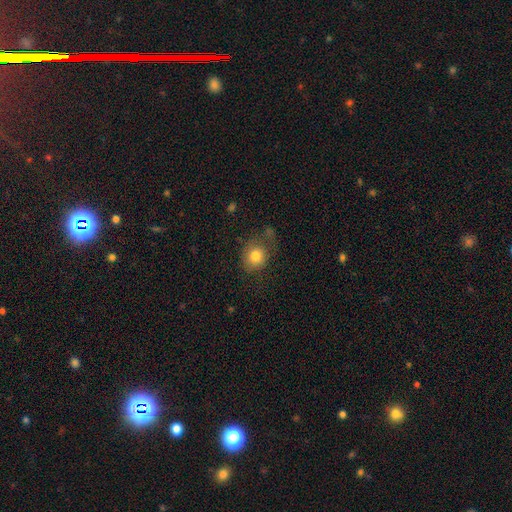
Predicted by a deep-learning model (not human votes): Smooth or featured? smooth (81%)
How rounded? round (74%)
Merging? none (60%)